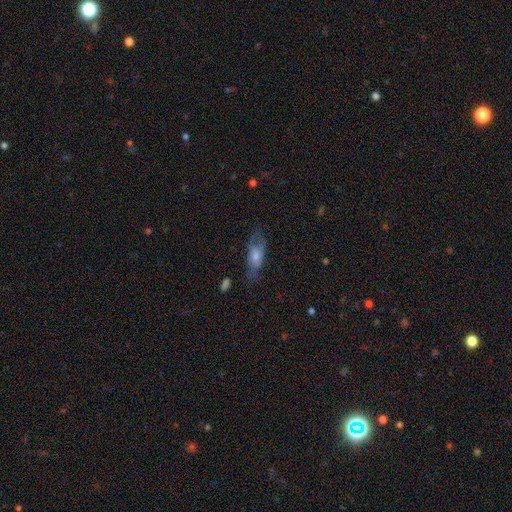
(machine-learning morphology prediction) This is possibly a featured or disk galaxy (50%). Merging: likely none (64%).